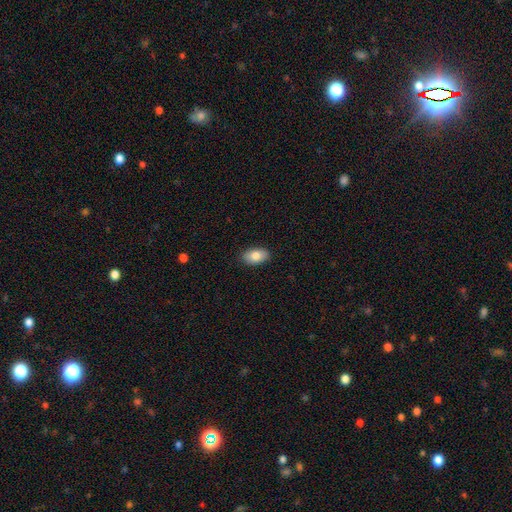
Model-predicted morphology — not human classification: This is clearly a smooth galaxy (84%). How rounded: clearly in between (92%). Merging: clearly none (88%).